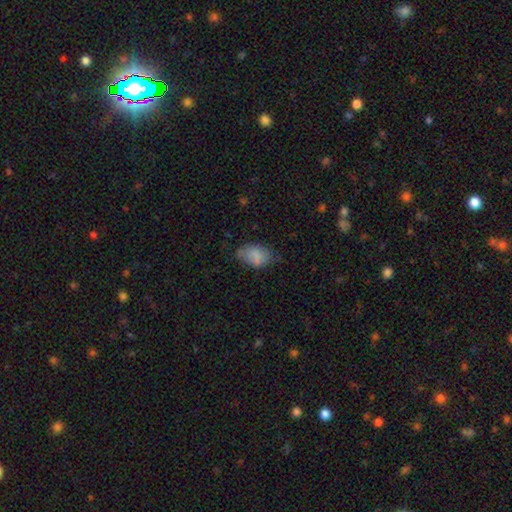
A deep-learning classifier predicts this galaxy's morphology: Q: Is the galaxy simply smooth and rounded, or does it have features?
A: smooth — 80%.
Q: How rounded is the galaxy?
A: in between — 89%.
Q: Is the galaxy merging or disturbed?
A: none — 57%.